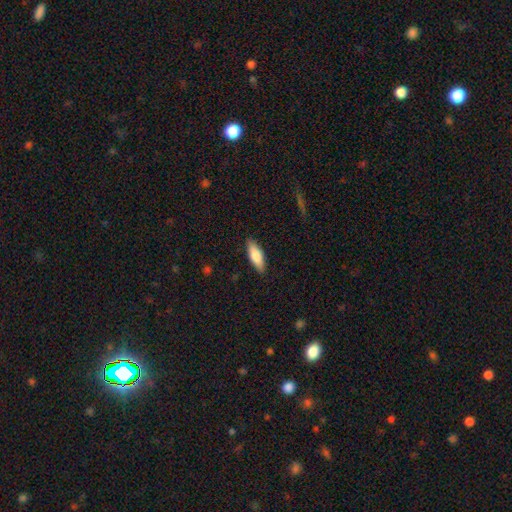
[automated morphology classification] smooth-or-featured: smooth: 79% | featured or disk: 16% | star or artifact: 6%
  how-rounded: in between: 64% | cigar-shaped: 34% | round: 2%
  merging: none: 88% | minor disturbance: 9% | major disturbance: 2% | merger: 1%